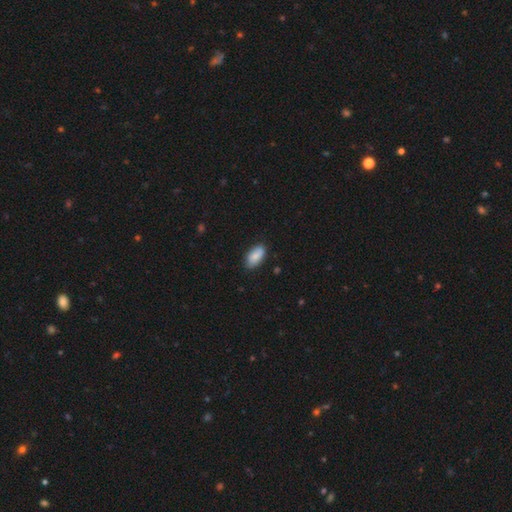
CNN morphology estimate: Smooth or featured: smooth — 86% (featured or disk — 8%)
How rounded: in between — 93% (cigar-shaped — 5%)
Merging: none — 82% (minor disturbance — 15%)